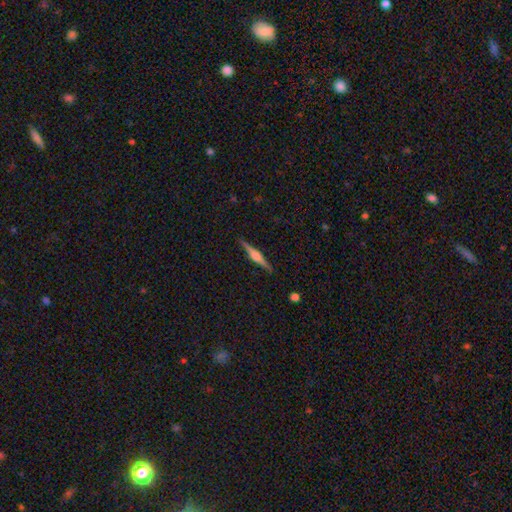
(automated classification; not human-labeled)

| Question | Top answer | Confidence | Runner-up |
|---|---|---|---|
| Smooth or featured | featured or disk | 77% | smooth (17%) |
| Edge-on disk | yes | 98% | no (2%) |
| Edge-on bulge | rounded | 79% | boxy (16%) |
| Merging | none | 91% | minor disturbance (6%) |